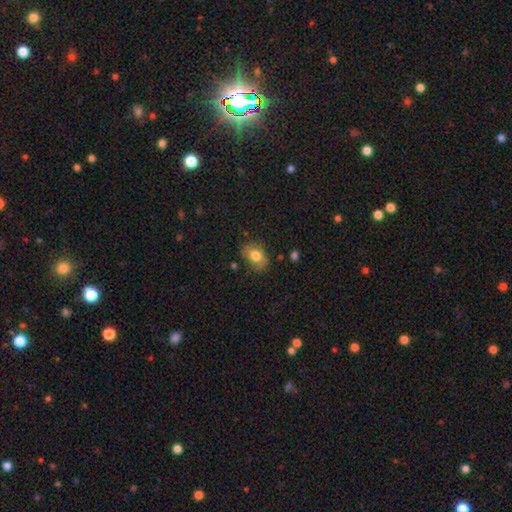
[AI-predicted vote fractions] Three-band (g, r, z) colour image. It shows a smooth galaxy with no disk features (77%) that is in between round and cigar-shaped (74%). Merging: none (74%).